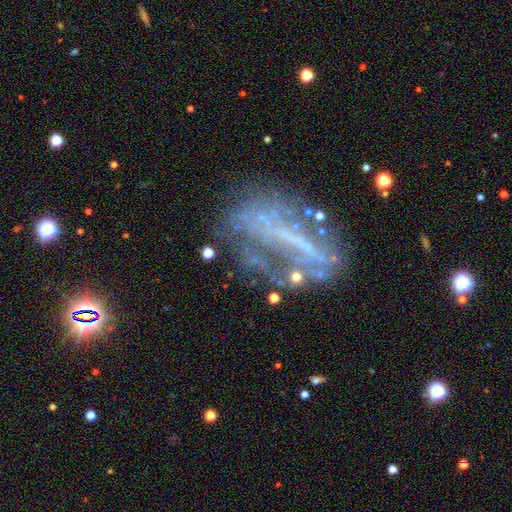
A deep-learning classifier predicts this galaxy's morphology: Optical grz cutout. It shows a featured or disk galaxy (65%) with no bar (42%), no spiral arms (72%) and no central bulge (72%). Merging: none (43%).